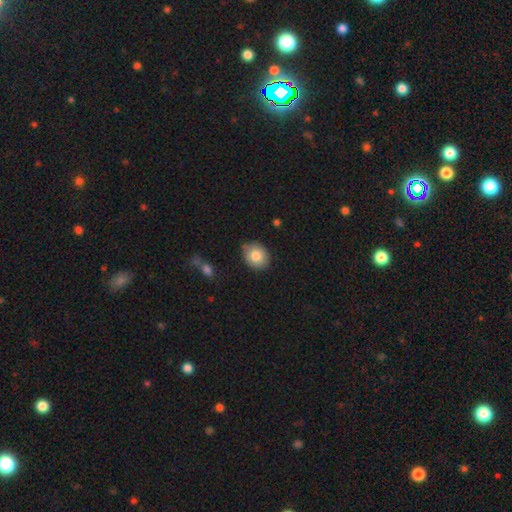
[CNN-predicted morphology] smooth_or_featured: smooth (p=0.81) [alt: featured or disk p=0.11]
how_rounded: round (p=0.55) [alt: in between p=0.44]
merging: none (p=0.81) [alt: minor disturbance p=0.15]